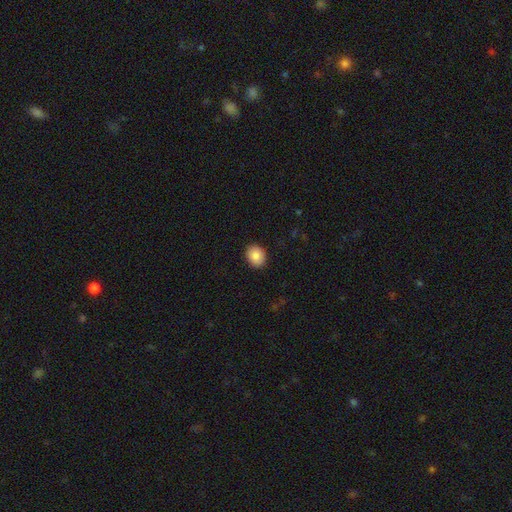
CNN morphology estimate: smooth_or_featured: smooth (p=0.86) [alt: star or artifact p=0.08]
how_rounded: round (p=0.55) [alt: in between p=0.44]
merging: none (p=0.90) [alt: minor disturbance p=0.07]